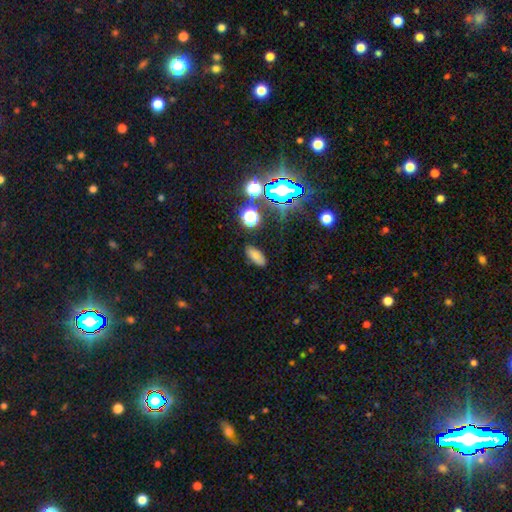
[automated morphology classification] The model was most divided on "smooth or featured": smooth: 73%, star or artifact: 18%, featured or disk: 9%. More confident: how rounded — in between (87%); merging — none (84%).